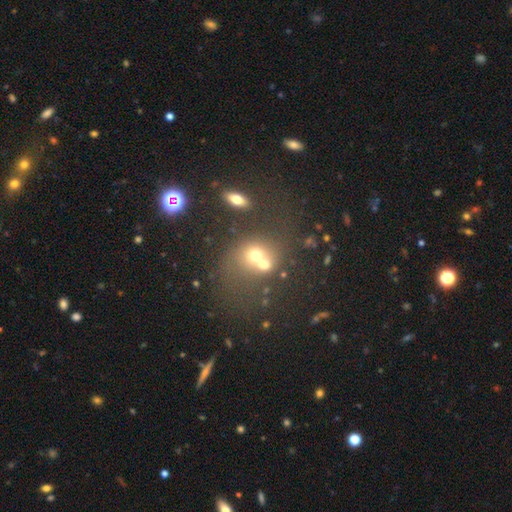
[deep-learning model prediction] smooth-or-featured: smooth: 61% | featured or disk: 22% | star or artifact: 18%
  how-rounded: round: 66% | in between: 32% | cigar-shaped: 1%
  merging: merger: 58% | none: 28% | minor disturbance: 8% | major disturbance: 7%